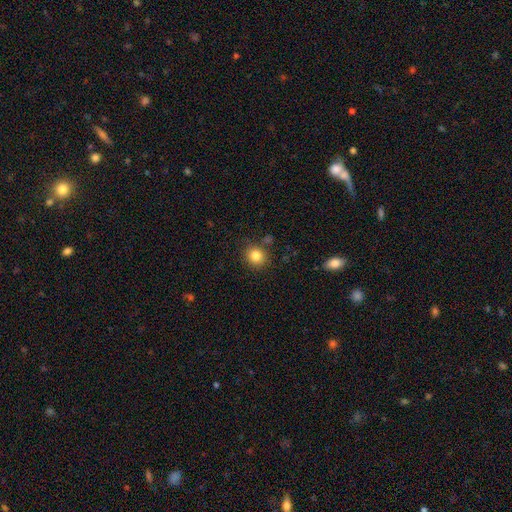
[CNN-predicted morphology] Smooth or featured?
  - smooth: 84% *
  - star or artifact: 11%
  - featured or disk: 5%
How rounded?
  - round: 86% *
  - in between: 13%
  - cigar-shaped: 1%
Merging?
  - none: 83% *
  - minor disturbance: 10%
  - merger: 4%
  - major disturbance: 3%